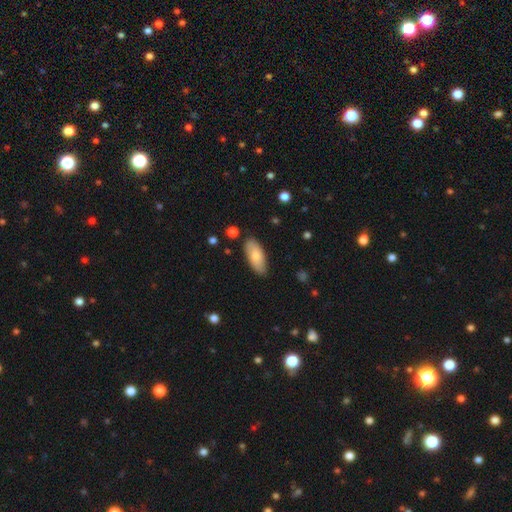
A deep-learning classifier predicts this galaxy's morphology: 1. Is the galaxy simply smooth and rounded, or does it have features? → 78% smooth, 17% featured or disk, 6% star or artifact.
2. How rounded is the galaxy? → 85% in between, 13% cigar-shaped, 2% round.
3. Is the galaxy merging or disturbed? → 84% none, 12% minor disturbance, 2% major disturbance, 2% merger.